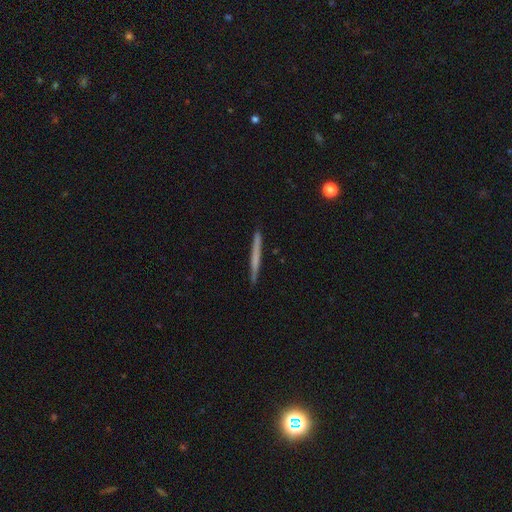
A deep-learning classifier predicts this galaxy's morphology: Smooth or featured? Predicted: smooth (p=0.53). How rounded? Predicted: cigar-shaped (p=0.97). Merging? Predicted: none (p=0.91).